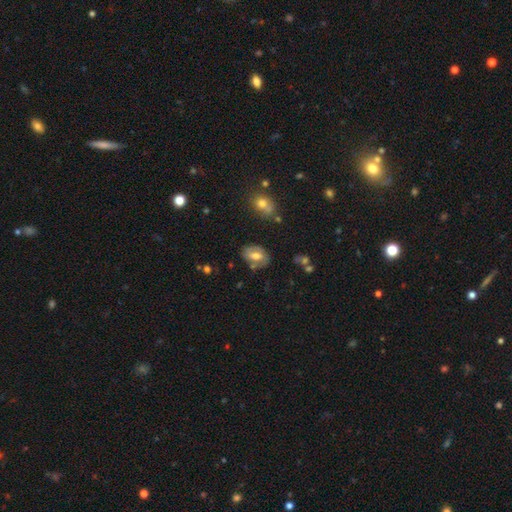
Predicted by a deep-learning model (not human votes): Smooth or featured? Predicted: smooth (p=0.48). Merging? Predicted: none (p=0.68).